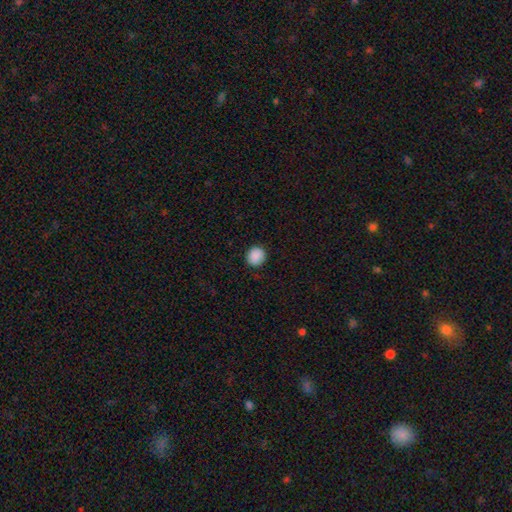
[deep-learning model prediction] smooth-or-featured: smooth: 89% | star or artifact: 8% | featured or disk: 2%
  how-rounded: round: 85% | in between: 14% | cigar-shaped: 1%
  merging: none: 90% | minor disturbance: 7% | major disturbance: 2% | merger: 1%